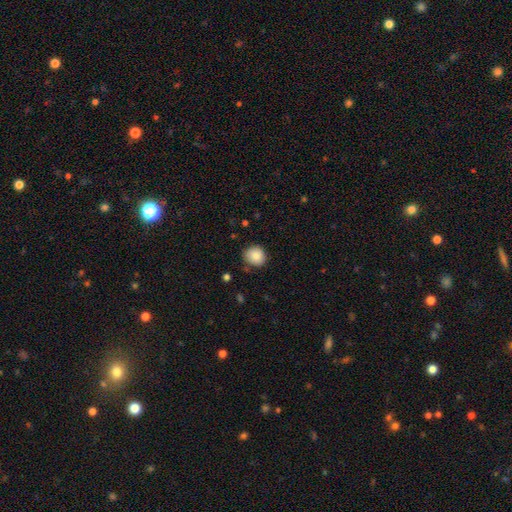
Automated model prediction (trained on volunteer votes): Smooth or featured: smooth — 86% (star or artifact — 8%)
How rounded: round — 80% (in between — 19%)
Merging: none — 80% (minor disturbance — 15%)